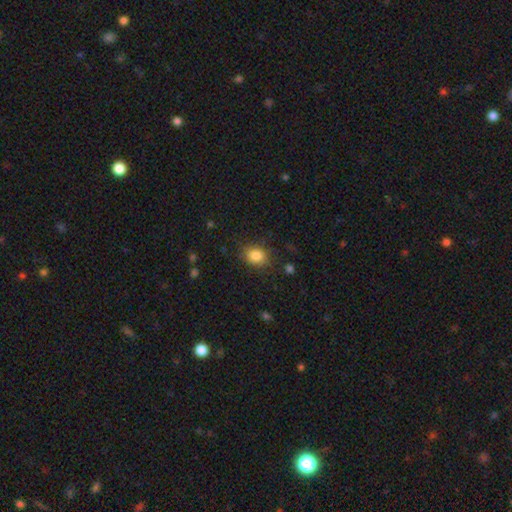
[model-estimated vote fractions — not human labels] This is clearly a smooth galaxy (85%). How rounded: possibly in between (51%). Merging: clearly none (82%).